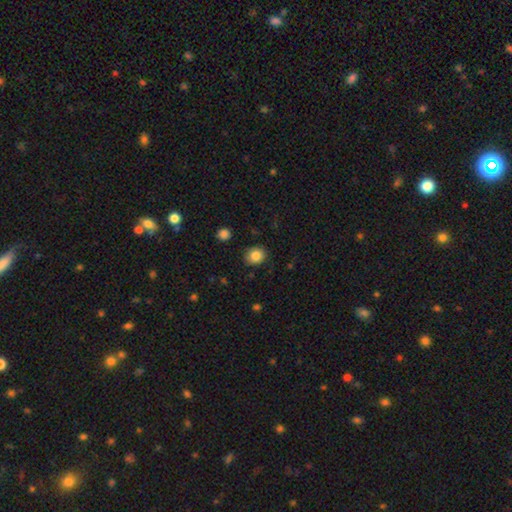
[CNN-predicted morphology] The model was most divided on "how rounded": round: 71%, in between: 29%, cigar-shaped: 1%. More confident: smooth or featured — smooth (85%); merging — none (85%).